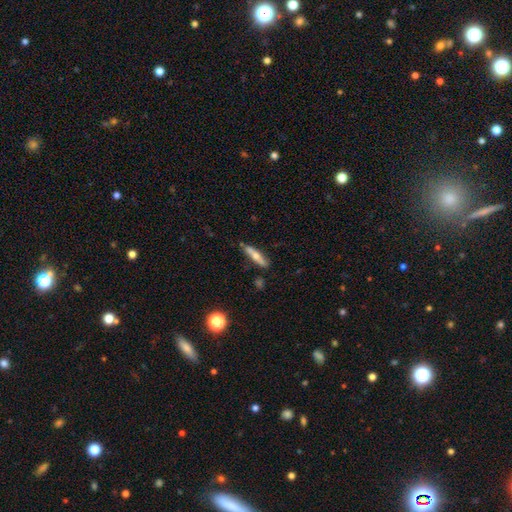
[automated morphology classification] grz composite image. It shows a smooth galaxy with no disk features (50%). Merging: none (79%).